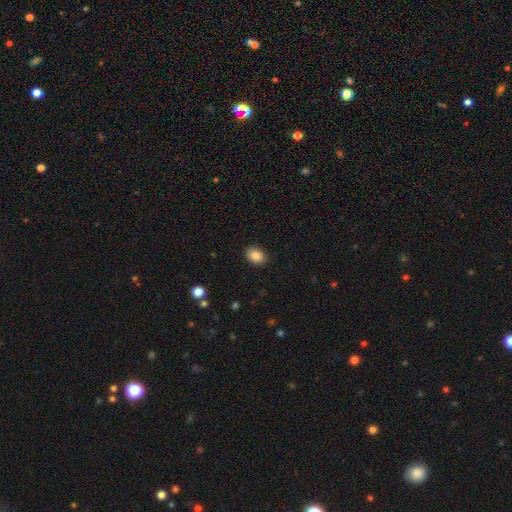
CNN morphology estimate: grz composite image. It shows a smooth galaxy with no disk features (87%) that is in between round and cigar-shaped (79%). Merging: none (88%).